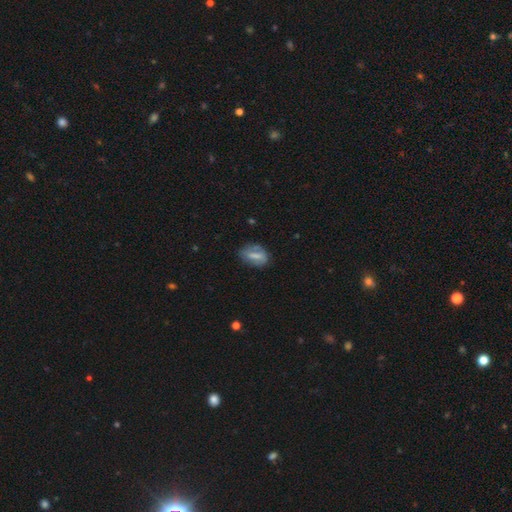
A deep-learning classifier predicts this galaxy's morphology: smooth 60%, featured or disk 31%, star or artifact 9%. Down the decision tree: how rounded — in between (79%); merging — none (60%).